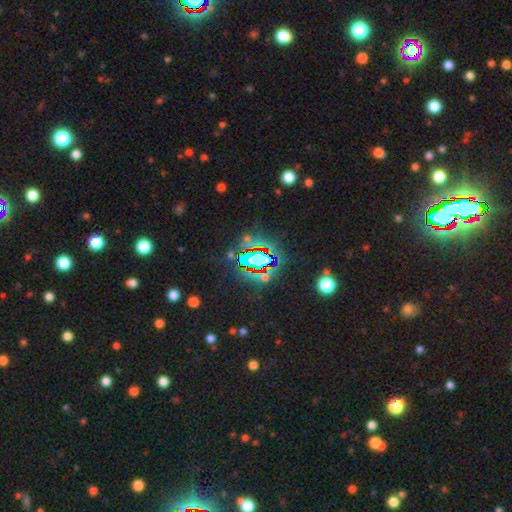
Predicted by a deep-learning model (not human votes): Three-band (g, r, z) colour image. It shows a star or artifact, not a galaxy (69%).